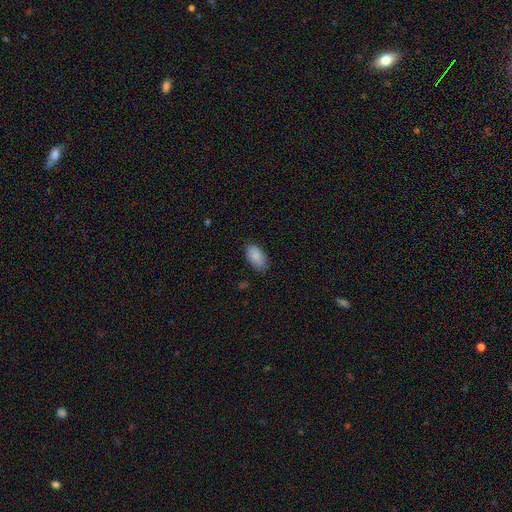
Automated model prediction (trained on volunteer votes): Morphology: type=smooth (89%); roundness=in between (94%); merging=none (82%).